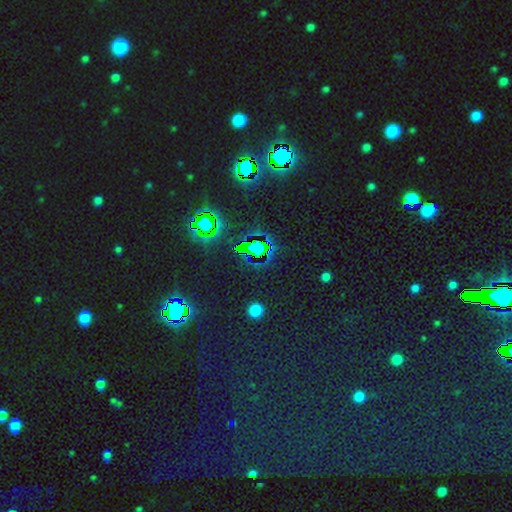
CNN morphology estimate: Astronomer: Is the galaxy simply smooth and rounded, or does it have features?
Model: star or artifact — 80%.